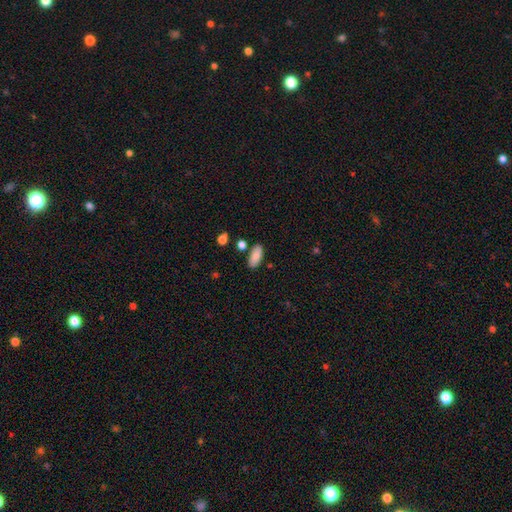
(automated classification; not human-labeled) Smooth or featured?
  - smooth: 87% *
  - star or artifact: 7%
  - featured or disk: 6%
How rounded?
  - in between: 86% *
  - cigar-shaped: 11%
  - round: 2%
Merging?
  - none: 82% *
  - minor disturbance: 11%
  - merger: 5%
  - major disturbance: 3%